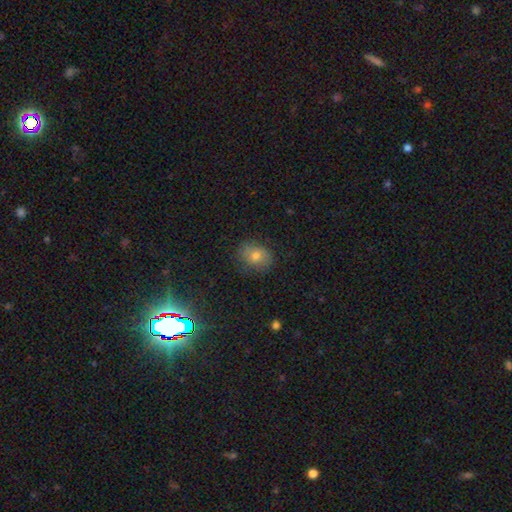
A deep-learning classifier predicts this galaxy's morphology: The model was most divided on "how rounded": in between: 51%, round: 48%, cigar-shaped: 1%. More confident: merging — none (80%); smooth or featured — smooth (67%).